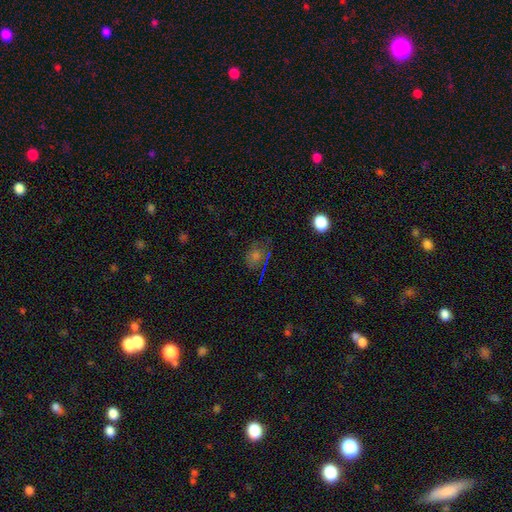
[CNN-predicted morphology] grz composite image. It shows a smooth galaxy with no disk features (46%). Merging: none (68%).